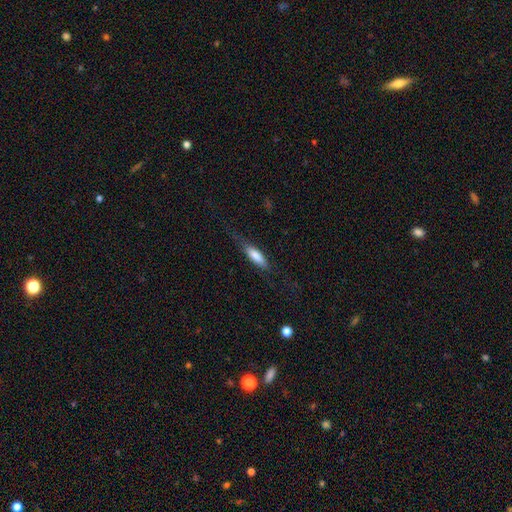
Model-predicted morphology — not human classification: smooth 73%, featured or disk 21%, star or artifact 6%. Down the decision tree: how rounded — cigar-shaped (53%); merging — none (63%).